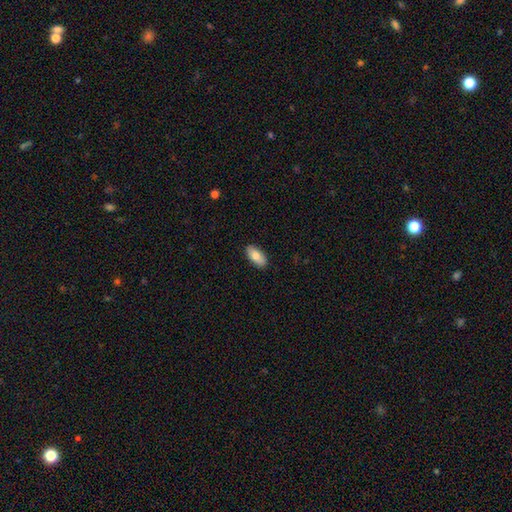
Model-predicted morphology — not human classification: This is clearly a smooth galaxy (81%). How rounded: clearly in between (90%). Merging: clearly none (89%).